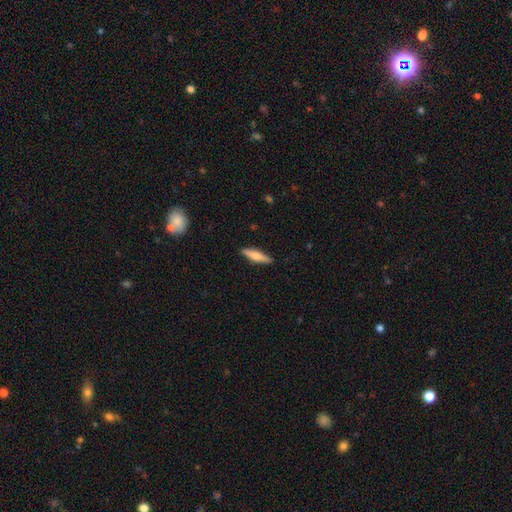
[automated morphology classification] smooth-or-featured: smooth: 57% | featured or disk: 37% | star or artifact: 5%
  how-rounded: cigar-shaped: 79% | in between: 20% | round: 2%
  merging: none: 90% | minor disturbance: 7% | major disturbance: 2% | merger: 1%